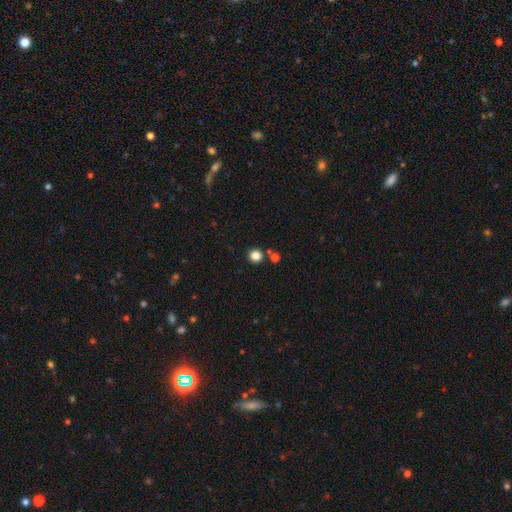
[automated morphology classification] A smooth galaxy with no disk features (83%) that is round (93%). Merging: none (83%).